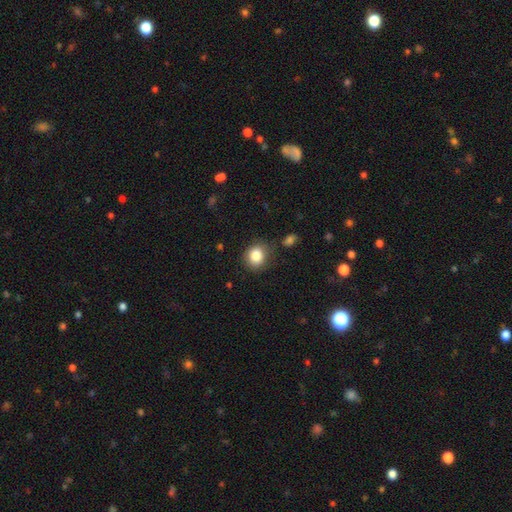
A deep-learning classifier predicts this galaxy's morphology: Smooth or featured: smooth — 84% (star or artifact — 10%)
How rounded: round — 74% (in between — 25%)
Merging: none — 79% (minor disturbance — 15%)